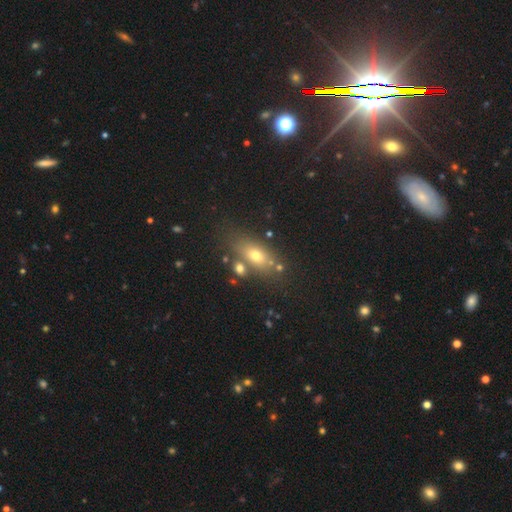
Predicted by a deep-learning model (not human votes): Morphology: type=smooth (63%); roundness=in between (70%); merging=none (72%).